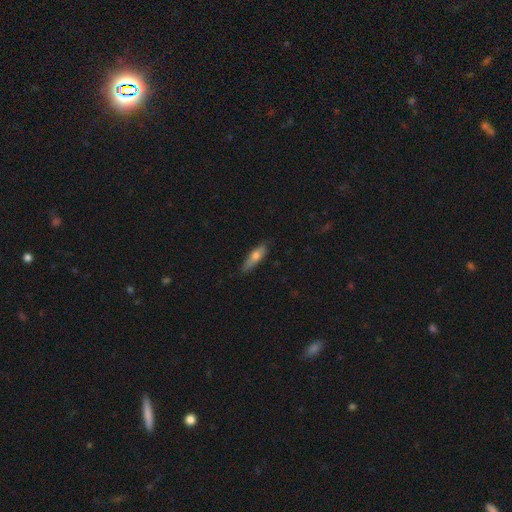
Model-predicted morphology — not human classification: Smooth or featured? Predicted: smooth (p=0.63). How rounded? Predicted: cigar-shaped (p=0.60). Merging? Predicted: none (p=0.81).